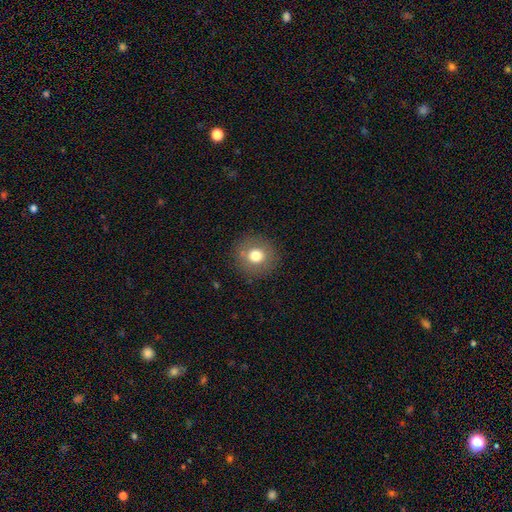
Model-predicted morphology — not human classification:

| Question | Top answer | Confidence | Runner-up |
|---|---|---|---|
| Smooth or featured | smooth | 74% | featured or disk (14%) |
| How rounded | round | 91% | in between (8%) |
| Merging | none | 88% | minor disturbance (8%) |